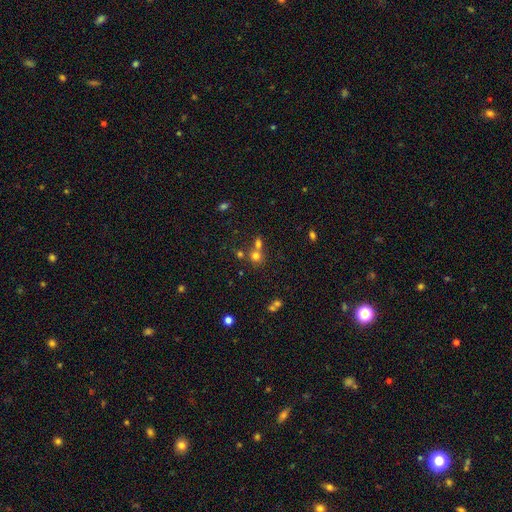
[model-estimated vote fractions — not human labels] smooth_or_featured: smooth (p=0.67) [alt: star or artifact p=0.21]
how_rounded: round (p=0.84) [alt: in between p=0.14]
merging: none (p=0.49) [alt: merger p=0.41]